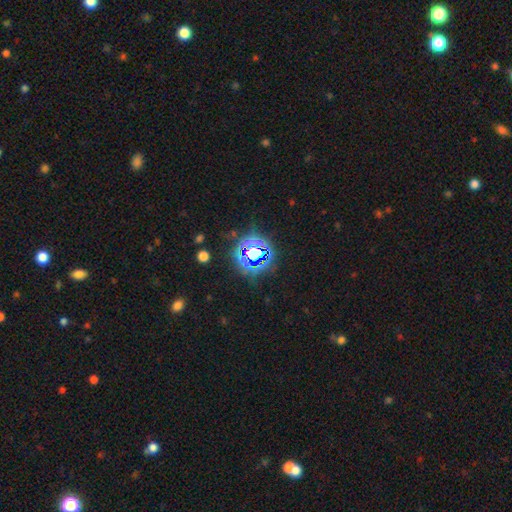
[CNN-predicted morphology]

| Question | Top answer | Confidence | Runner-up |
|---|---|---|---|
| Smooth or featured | star or artifact | 73% | smooth (17%) |